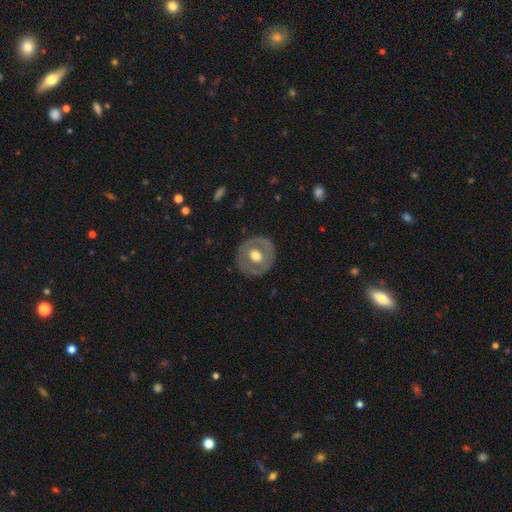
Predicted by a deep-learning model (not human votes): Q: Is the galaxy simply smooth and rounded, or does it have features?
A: featured or disk — 51%.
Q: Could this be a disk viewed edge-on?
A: no — 95%.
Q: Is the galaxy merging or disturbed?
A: none — 84%.